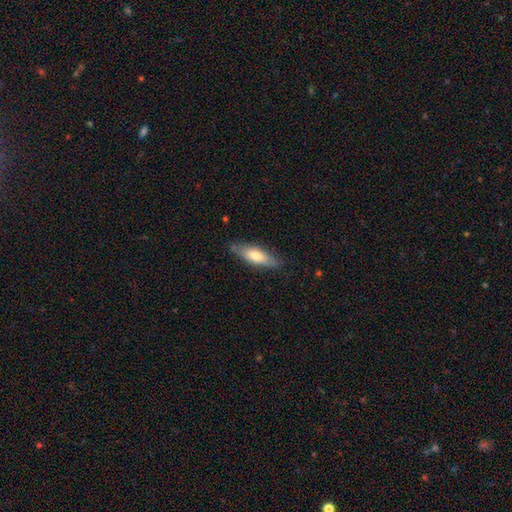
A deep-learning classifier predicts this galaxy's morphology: smooth_or_featured: smooth (p=0.66) [alt: featured or disk p=0.29]
how_rounded: cigar-shaped (p=0.50) [alt: in between p=0.49]
merging: none (p=0.79) [alt: minor disturbance p=0.17]